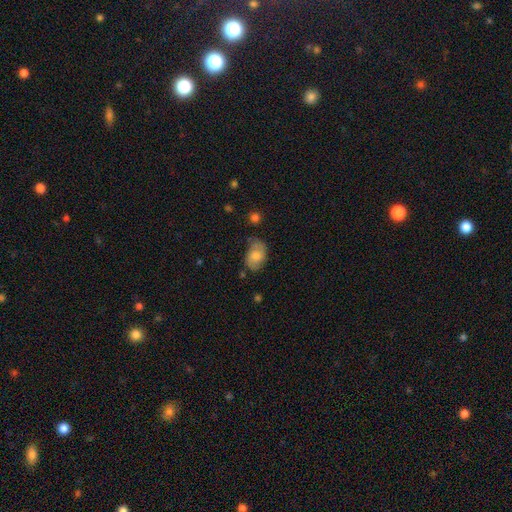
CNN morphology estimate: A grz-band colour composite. It shows a smooth galaxy with no disk features (63%) that is in between round and cigar-shaped (84%). Merging: none (57%).